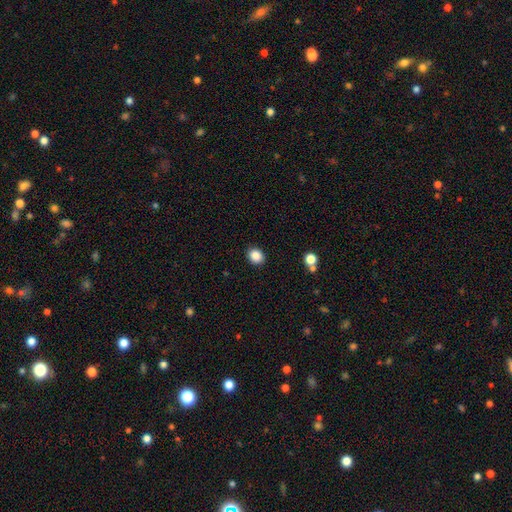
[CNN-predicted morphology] A smooth galaxy with no disk features (87%) that is round (60%).

Vote fractions:
- Smooth or featured? smooth: 87% / star or artifact: 10% / featured or disk: 4%
- How rounded? round: 60% / in between: 39% / cigar-shaped: 1%
- Merging? none: 90% / minor disturbance: 7% / major disturbance: 2% / merger: 1%